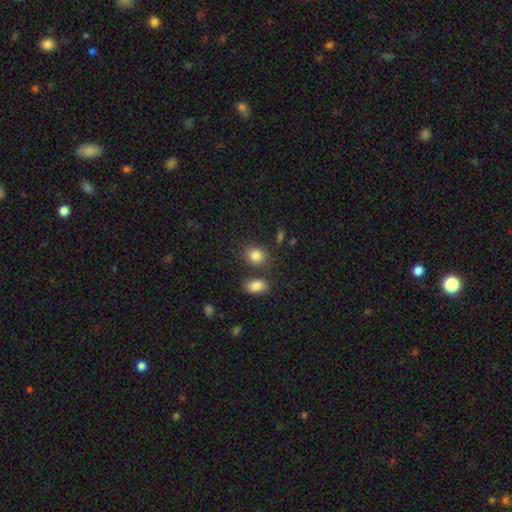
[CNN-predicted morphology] Q: Smooth or featured?
A: smooth (84%); runner-up: star or artifact (9%)
Q: How rounded?
A: in between (57%); runner-up: round (42%)
Q: Merging?
A: none (72%); runner-up: merger (12%)